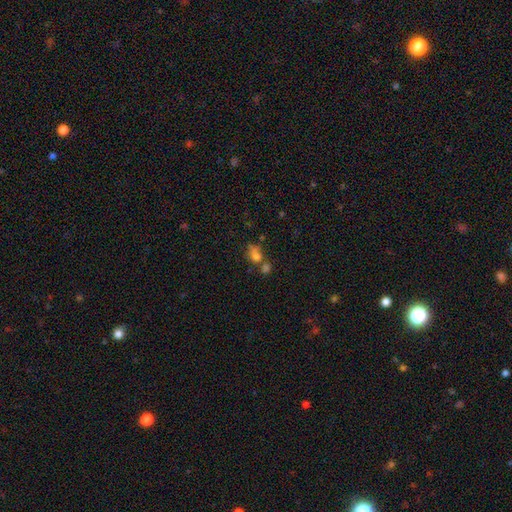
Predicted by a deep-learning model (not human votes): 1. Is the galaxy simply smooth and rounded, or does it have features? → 69% smooth, 17% star or artifact, 15% featured or disk.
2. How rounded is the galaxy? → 58% round, 40% in between, 2% cigar-shaped.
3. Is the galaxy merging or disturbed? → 42% merger, 35% none, 13% minor disturbance, 9% major disturbance.